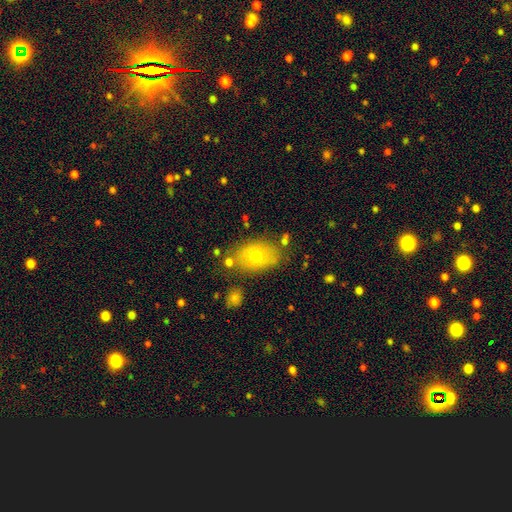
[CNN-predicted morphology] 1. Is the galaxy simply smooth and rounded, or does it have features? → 67% smooth, 23% featured or disk, 10% star or artifact.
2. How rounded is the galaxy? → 84% in between, 14% round, 2% cigar-shaped.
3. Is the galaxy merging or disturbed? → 74% none, 16% minor disturbance, 6% merger, 5% major disturbance.